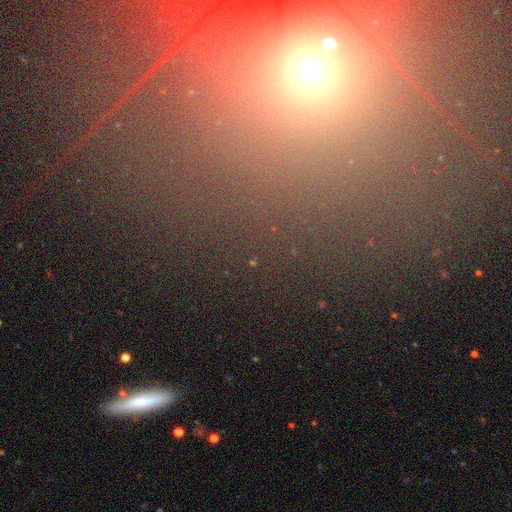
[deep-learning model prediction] Morphology: type=star or artifact (46%).